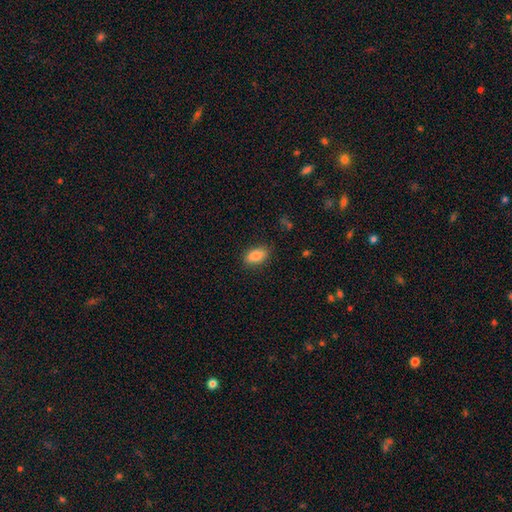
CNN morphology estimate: smooth-or-featured: smooth: 86% | star or artifact: 8% | featured or disk: 6%
  how-rounded: in between: 91% | round: 6% | cigar-shaped: 3%
  merging: none: 86% | minor disturbance: 10% | major disturbance: 3% | merger: 1%